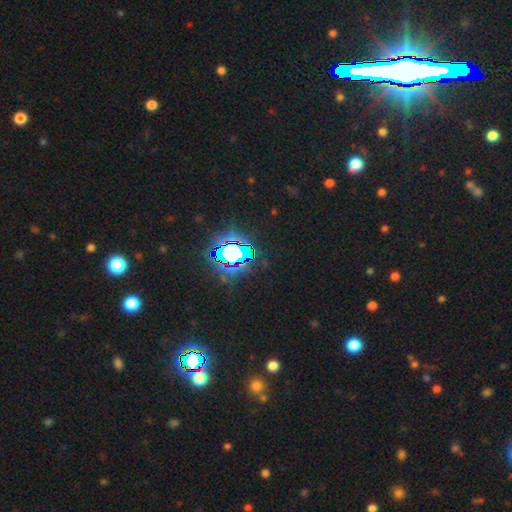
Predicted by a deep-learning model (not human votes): The model was most divided on "smooth or featured": star or artifact: 81%, smooth: 12%, featured or disk: 7%.